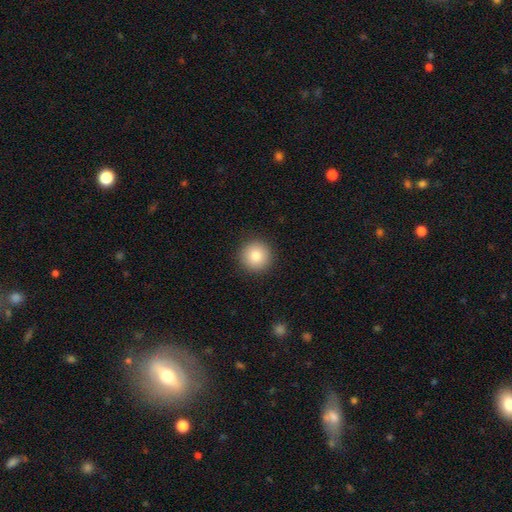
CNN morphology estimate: The model was most divided on "smooth or featured": smooth: 83%, star or artifact: 9%, featured or disk: 7%. More confident: how rounded — round (95%); merging — none (92%).